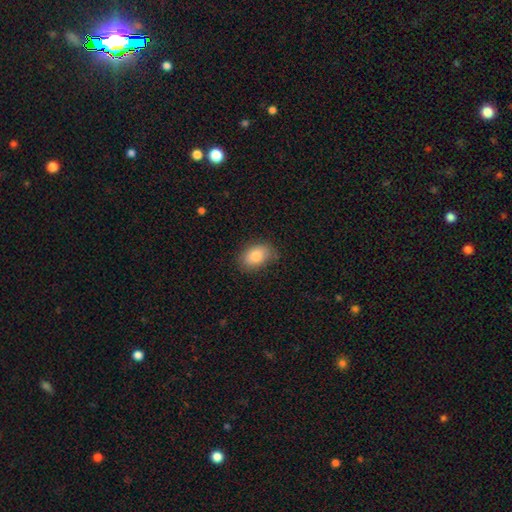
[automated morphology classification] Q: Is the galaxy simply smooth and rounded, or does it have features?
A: smooth — 85%.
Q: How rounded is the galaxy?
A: in between — 87%.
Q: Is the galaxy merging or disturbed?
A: none — 79%.